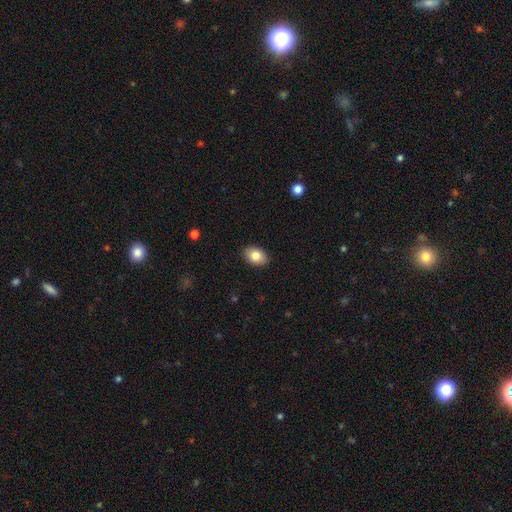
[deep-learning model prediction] This is clearly a smooth galaxy (83%). How rounded: clearly in between (83%). Merging: clearly none (89%).